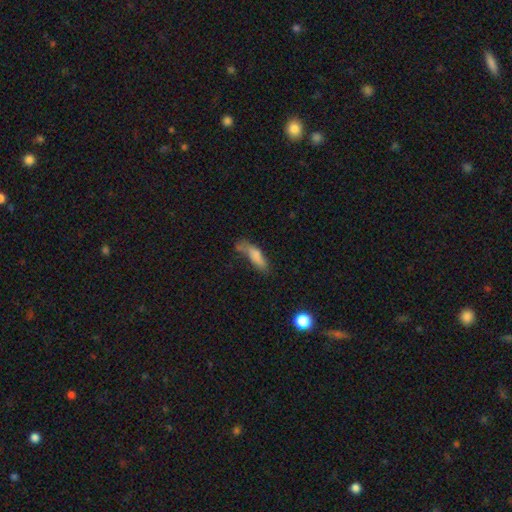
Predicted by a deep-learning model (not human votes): A smooth galaxy with no disk features (75%) that is cigar-shaped (52%).

Vote fractions:
- Smooth or featured? smooth: 75% / featured or disk: 16% / star or artifact: 9%
- How rounded? cigar-shaped: 52% / in between: 45% / round: 3%
- Merging? none: 41% / minor disturbance: 29% / major disturbance: 18% / merger: 13%